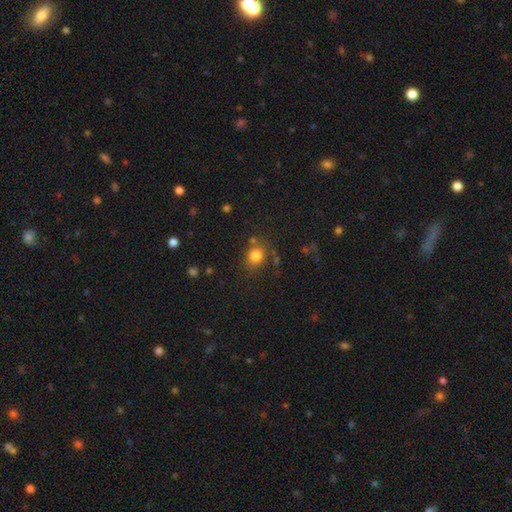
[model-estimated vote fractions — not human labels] Morphology: type=smooth (80%); roundness=round (69%); merging=none (71%).